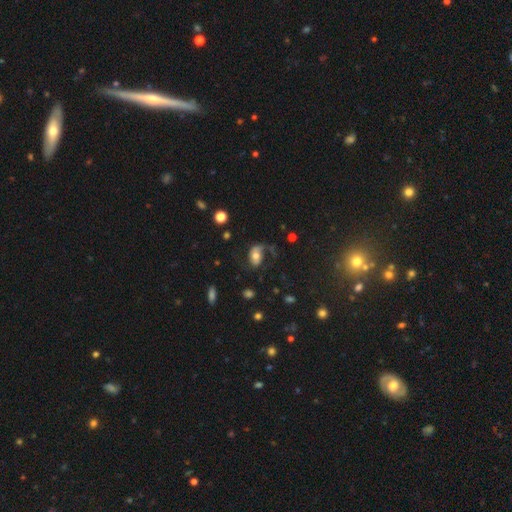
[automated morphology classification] featured or disk 50%, smooth 41%, star or artifact 9%. Down the decision tree: merging — none (45%).